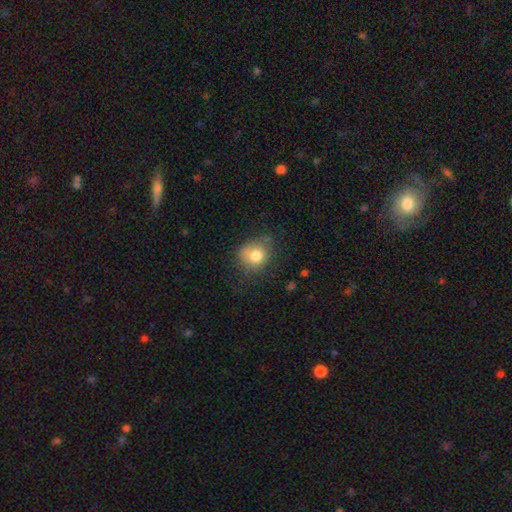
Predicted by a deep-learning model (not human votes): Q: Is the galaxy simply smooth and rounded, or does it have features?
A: smooth — 79%.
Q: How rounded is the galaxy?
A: round — 73%.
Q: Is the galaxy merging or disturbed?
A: none — 59%.